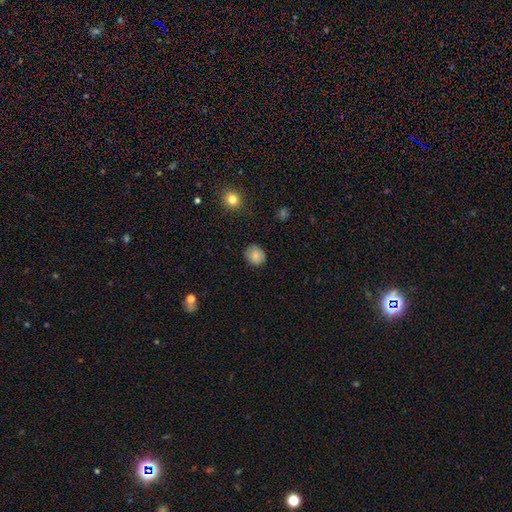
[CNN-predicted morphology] Smooth or featured? Predicted: smooth (p=0.84). How rounded? Predicted: round (p=0.74). Merging? Predicted: none (p=0.85).